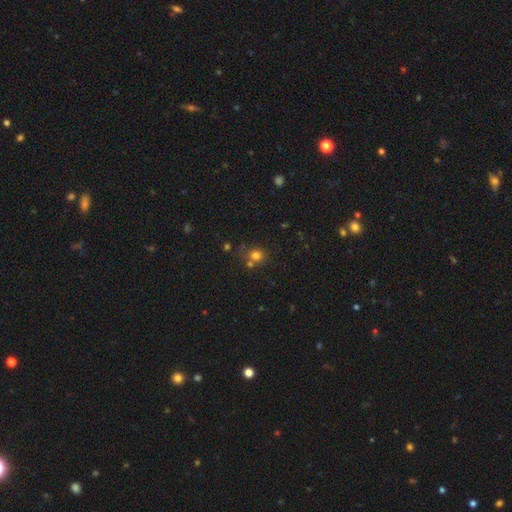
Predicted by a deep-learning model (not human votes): smooth-or-featured: smooth: 74% | star or artifact: 18% | featured or disk: 9%
  how-rounded: round: 84% | in between: 15% | cigar-shaped: 1%
  merging: none: 61% | merger: 23% | minor disturbance: 12% | major disturbance: 5%